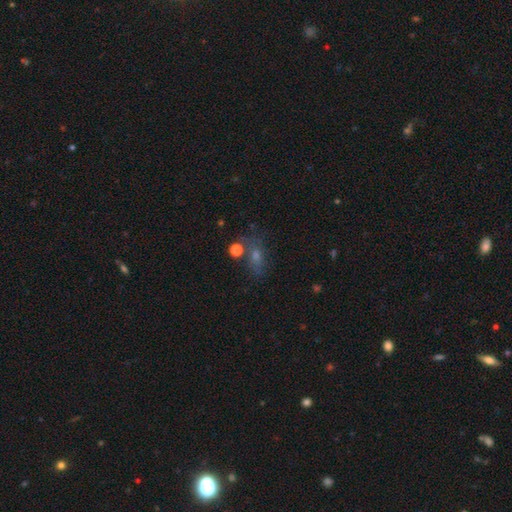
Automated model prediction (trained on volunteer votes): smooth_or_featured: smooth (p=0.45) [alt: star or artifact p=0.33]
merging: none (p=0.58) [alt: minor disturbance p=0.17]